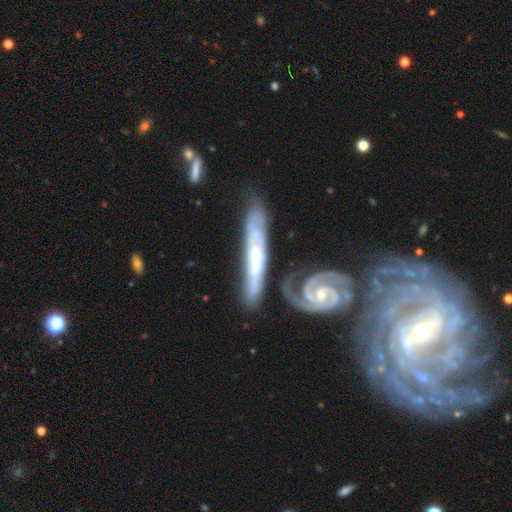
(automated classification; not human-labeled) smooth-or-featured: featured or disk: 72% | smooth: 22% | star or artifact: 6%
  disk-edge-on: no: 61% | yes: 39%
  merging: none: 56% | merger: 19% | minor disturbance: 19% | major disturbance: 7%